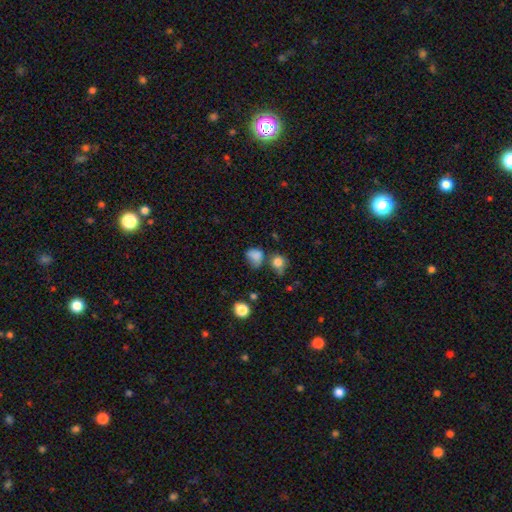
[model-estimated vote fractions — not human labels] This appears to be a smooth galaxy with no disk features (76%) that is round (55%). Merging: none (41%).